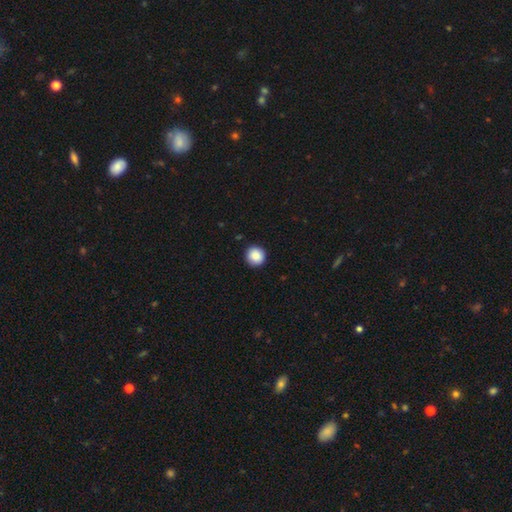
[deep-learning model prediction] Smooth or featured? Predicted: smooth (p=0.89). How rounded? Predicted: round (p=0.95). Merging? Predicted: none (p=0.92).